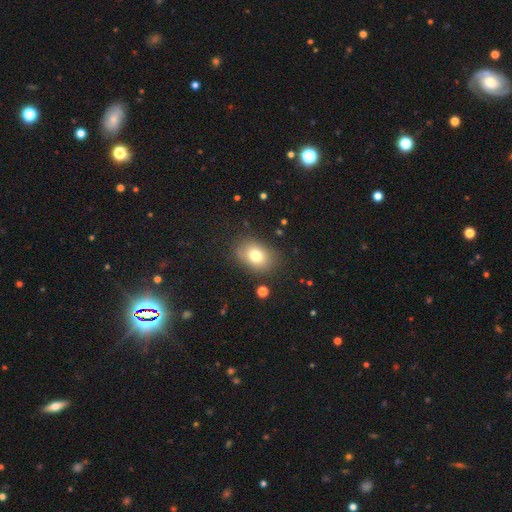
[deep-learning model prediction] Smooth or featured?
  - smooth: 76% *
  - featured or disk: 13%
  - star or artifact: 11%
How rounded?
  - in between: 71% *
  - round: 28%
  - cigar-shaped: 1%
Merging?
  - none: 82% *
  - minor disturbance: 12%
  - major disturbance: 4%
  - merger: 2%